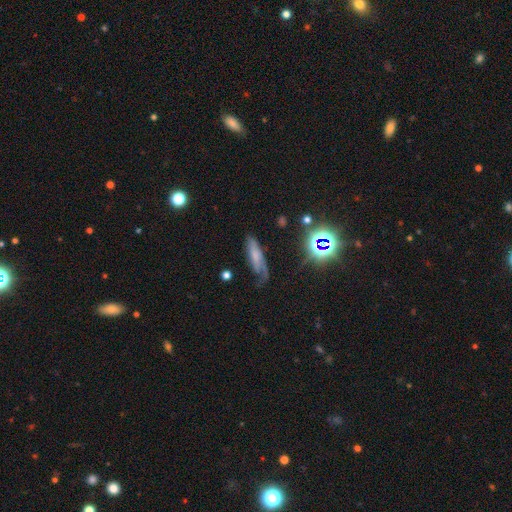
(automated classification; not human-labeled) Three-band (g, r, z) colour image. It shows a smooth galaxy with no disk features (48%). Merging: none (47%).